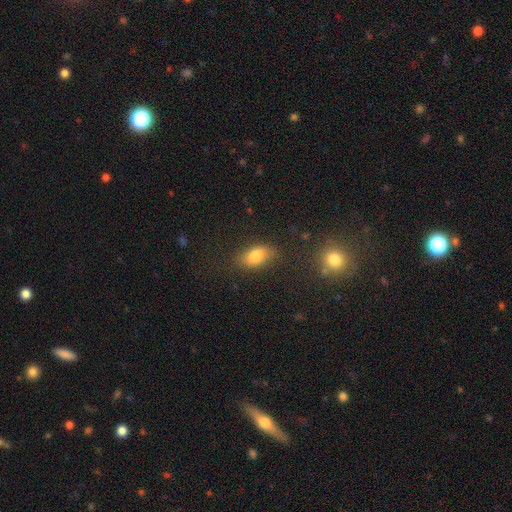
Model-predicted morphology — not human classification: A smooth galaxy with no disk features (78%) that is in between round and cigar-shaped (86%). Merging: none (77%).